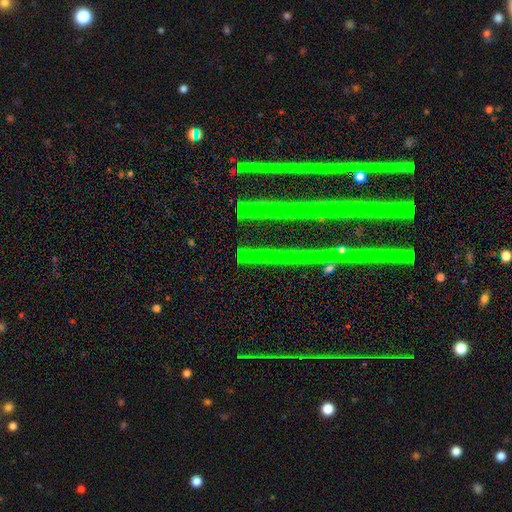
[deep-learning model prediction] Smooth or featured? star or artifact (77%)